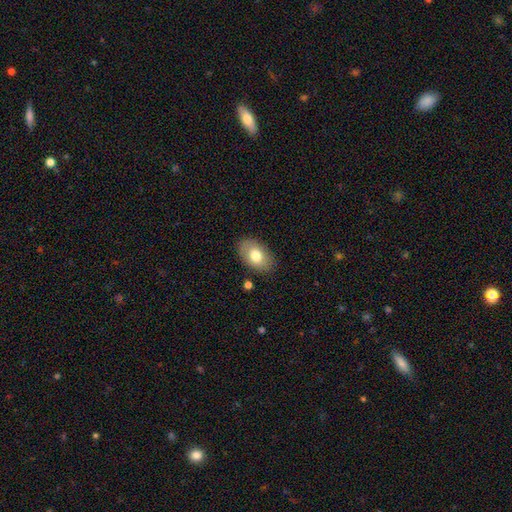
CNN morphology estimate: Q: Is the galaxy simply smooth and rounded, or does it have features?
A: smooth — 75%.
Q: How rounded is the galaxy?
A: in between — 90%.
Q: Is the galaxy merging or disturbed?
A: none — 84%.